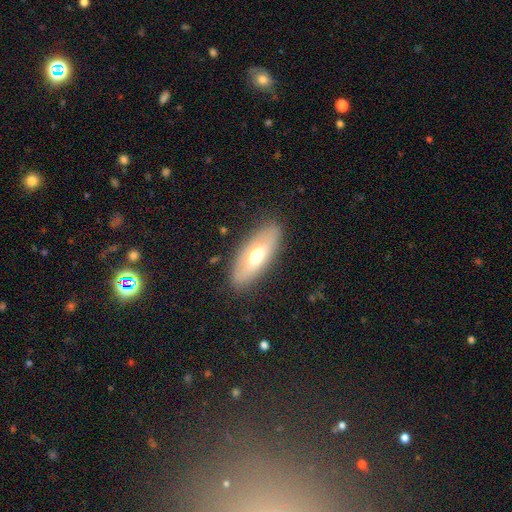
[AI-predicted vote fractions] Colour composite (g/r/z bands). It shows a smooth galaxy with no disk features (55%) that is in between round and cigar-shaped (77%). Merging: none (85%).